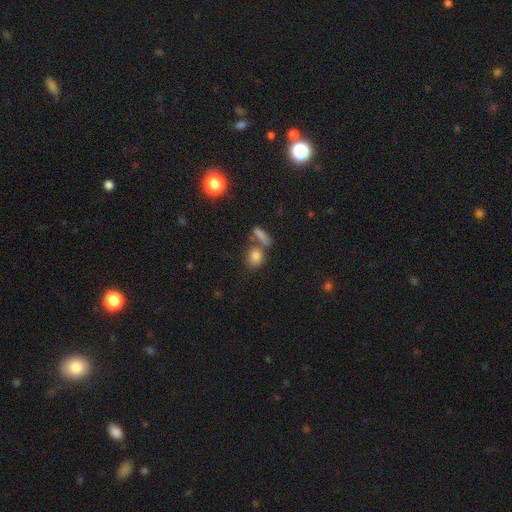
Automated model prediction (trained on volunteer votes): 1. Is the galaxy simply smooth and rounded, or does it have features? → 79% smooth, 12% star or artifact, 9% featured or disk.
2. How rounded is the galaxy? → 51% round, 45% in between, 4% cigar-shaped.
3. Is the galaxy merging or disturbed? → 55% none, 30% merger, 10% minor disturbance, 5% major disturbance.